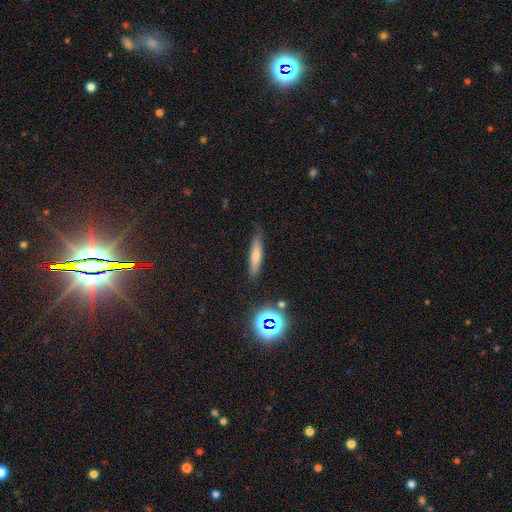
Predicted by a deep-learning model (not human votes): Q: Smooth or featured?
A: smooth (51%); runner-up: featured or disk (31%)
Q: How rounded?
A: cigar-shaped (84%); runner-up: in between (12%)
Q: Merging?
A: none (84%); runner-up: minor disturbance (12%)